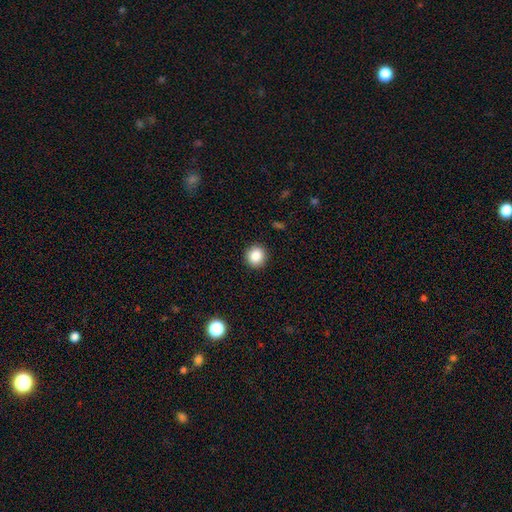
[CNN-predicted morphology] This is clearly a smooth galaxy (86%). How rounded: clearly round (90%). Merging: clearly none (92%).